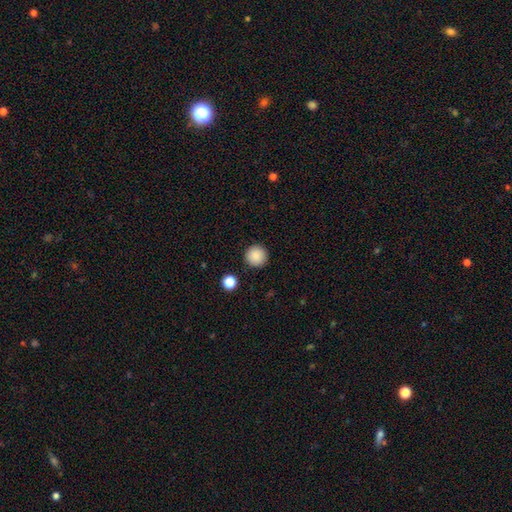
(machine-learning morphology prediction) The model was most divided on "smooth or featured": smooth: 88%, star or artifact: 9%, featured or disk: 4%. More confident: how rounded — round (96%); merging — none (92%).